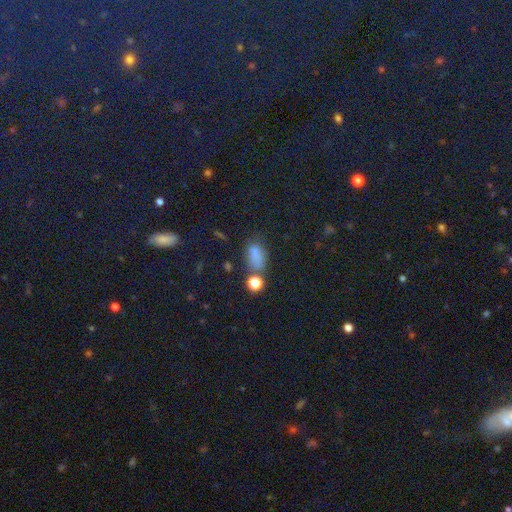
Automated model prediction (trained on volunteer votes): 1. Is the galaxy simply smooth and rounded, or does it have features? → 68% smooth, 24% star or artifact, 8% featured or disk.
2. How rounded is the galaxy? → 78% in between, 18% round, 4% cigar-shaped.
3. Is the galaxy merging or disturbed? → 54% none, 22% minor disturbance, 13% merger, 11% major disturbance.